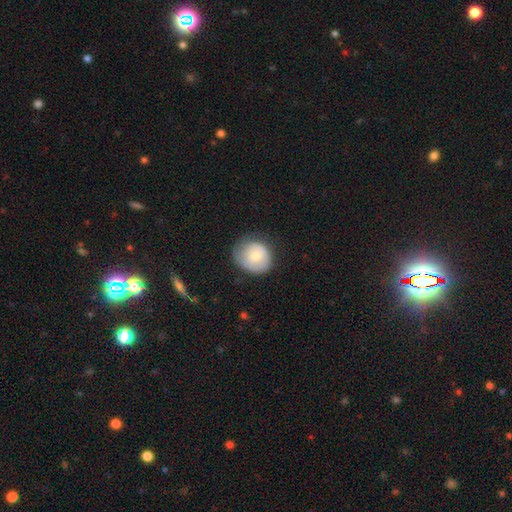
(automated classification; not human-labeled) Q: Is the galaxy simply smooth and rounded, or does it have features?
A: smooth — 69%.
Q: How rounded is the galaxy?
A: round — 74%.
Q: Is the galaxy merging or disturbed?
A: none — 55%.